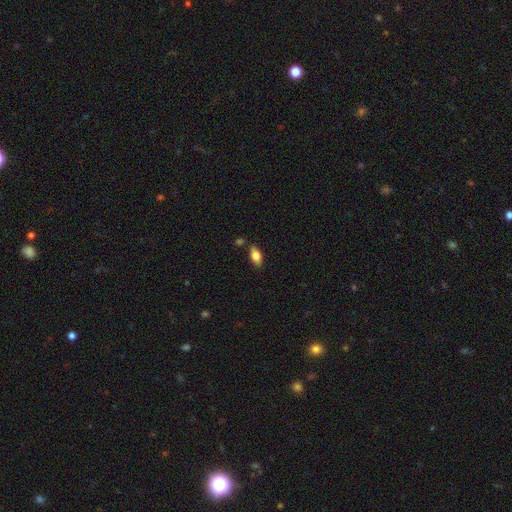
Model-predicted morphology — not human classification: Smooth or featured?
  - smooth: 79% *
  - featured or disk: 14%
  - star or artifact: 7%
How rounded?
  - in between: 90% *
  - cigar-shaped: 7%
  - round: 3%
Merging?
  - none: 81% *
  - minor disturbance: 12%
  - merger: 5%
  - major disturbance: 2%